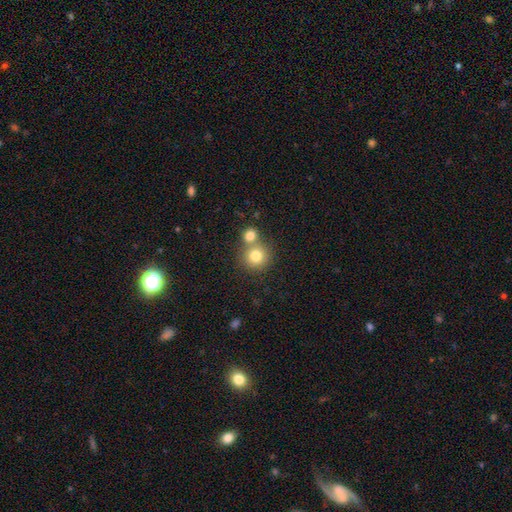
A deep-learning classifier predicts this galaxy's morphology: A smooth galaxy with no disk features (79%) that is round (90%).

Vote fractions:
- Smooth or featured? smooth: 79% / star or artifact: 11% / featured or disk: 10%
- How rounded? round: 90% / in between: 9% / cigar-shaped: 1%
- Merging? none: 53% / merger: 38% / minor disturbance: 7% / major disturbance: 2%